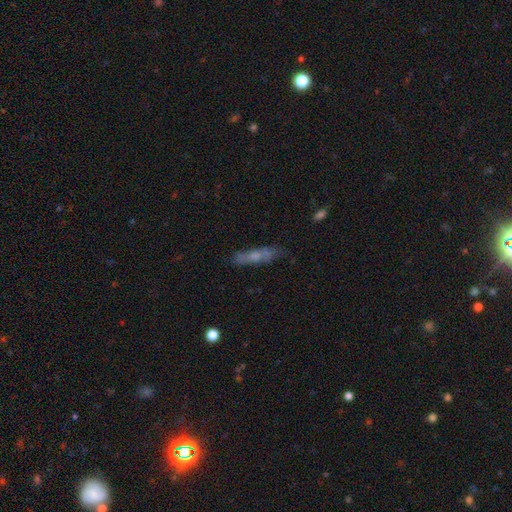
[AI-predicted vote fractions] Smooth or featured: smooth — 46% (featured or disk — 45%)
Merging: none — 72% (minor disturbance — 20%)